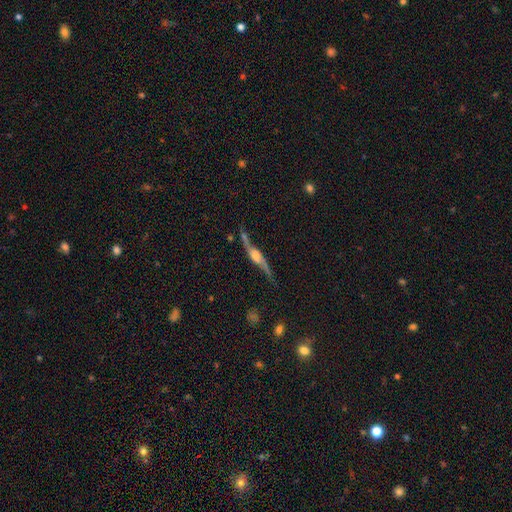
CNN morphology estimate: A featured or disk galaxy (81%) viewed edge-on (67%) with a rounded central bulge (79%). Merging: none (63%).